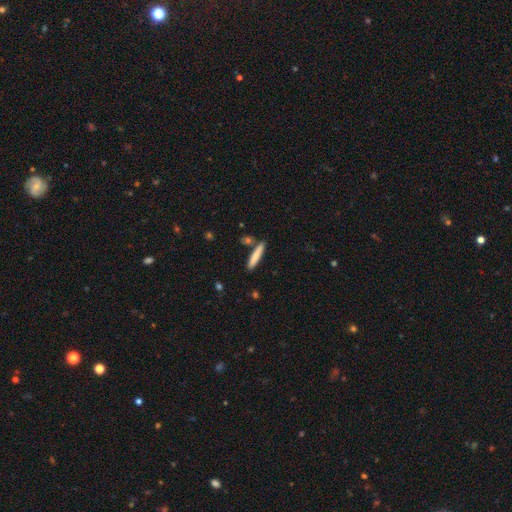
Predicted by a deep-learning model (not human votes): A smooth galaxy with no disk features (79%) that is cigar-shaped (93%). Merging: none (82%).